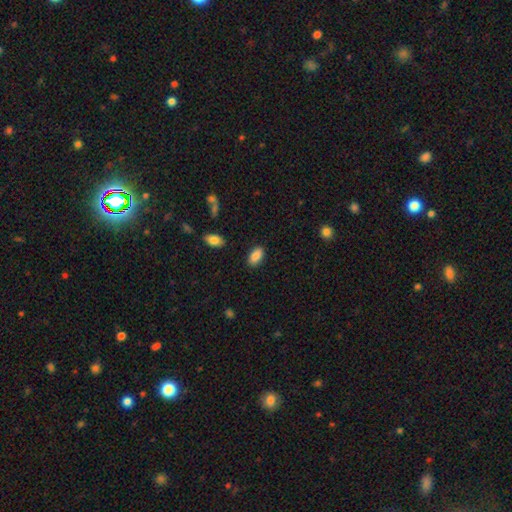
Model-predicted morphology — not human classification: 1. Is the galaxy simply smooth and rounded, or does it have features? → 87% smooth, 7% star or artifact, 6% featured or disk.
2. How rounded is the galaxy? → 92% in between, 4% round, 4% cigar-shaped.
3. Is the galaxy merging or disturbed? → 87% none, 10% minor disturbance, 2% major disturbance, 1% merger.